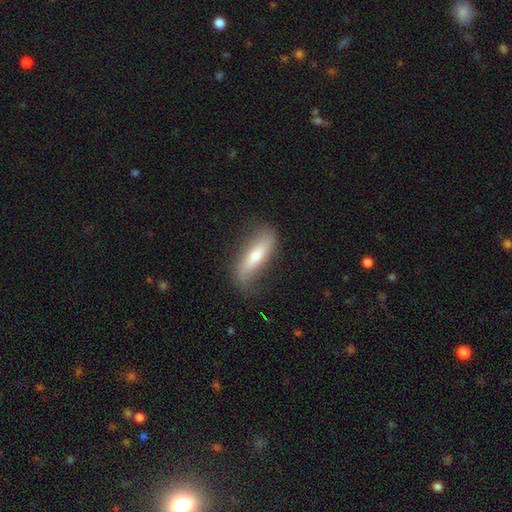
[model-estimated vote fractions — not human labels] smooth 57%, featured or disk 36%, star or artifact 7%. Down the decision tree: how rounded — cigar-shaped (63%); merging — none (69%).